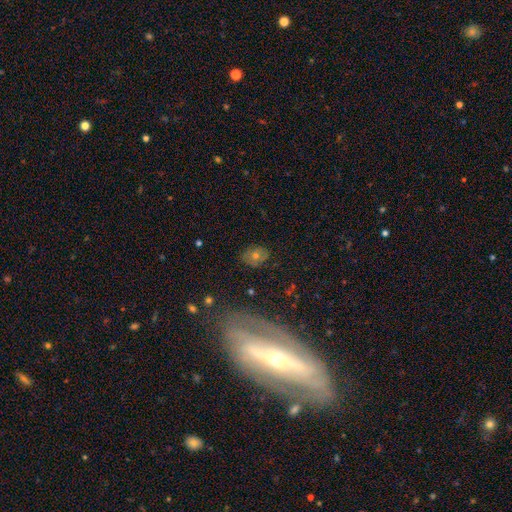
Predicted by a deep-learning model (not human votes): Smooth or featured? smooth (46%)
Merging? none (77%)